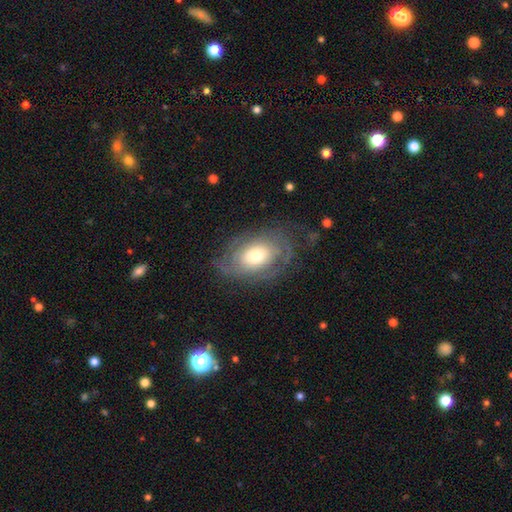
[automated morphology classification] A featured or disk galaxy (68%) with no bar (75%), tight (56%) spiral arms (80%) and a moderate central bulge (54%).

Vote fractions:
- Smooth or featured? featured or disk: 68% / smooth: 25% / star or artifact: 7%
- Edge-on disk? no: 94% / yes: 6%
- Bar? no: 75% / weak: 19% / strong: 5%
- Spiral arms? yes: 80% / no: 20%
- Spiral winding? tight: 56% / medium: 30% / loose: 13%
- Spiral arm count? can't tell: 47% / 2: 27% / 3: 11% / 1: 6% / 4: 5% / more than 4: 4%
- Bulge size? moderate: 54% / large: 28% / small: 13% / dominant: 3% / none: 1%
- Merging? none: 67% / minor disturbance: 19% / major disturbance: 12% / merger: 1%